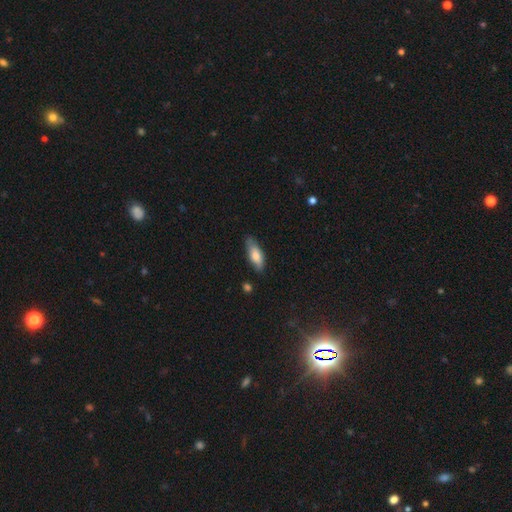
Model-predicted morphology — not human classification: Overall: smooth (73%). How rounded: in between (68%; cigar-shaped 30%). Merging: none (75%).